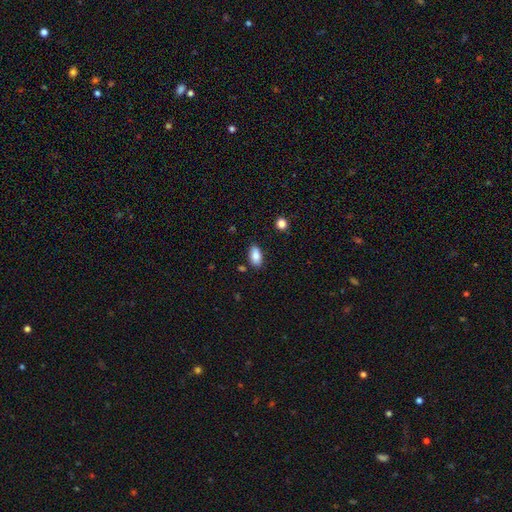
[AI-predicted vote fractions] Q: Smooth or featured?
A: smooth (86%); runner-up: star or artifact (8%)
Q: How rounded?
A: in between (92%); runner-up: cigar-shaped (5%)
Q: Merging?
A: none (83%); runner-up: minor disturbance (12%)